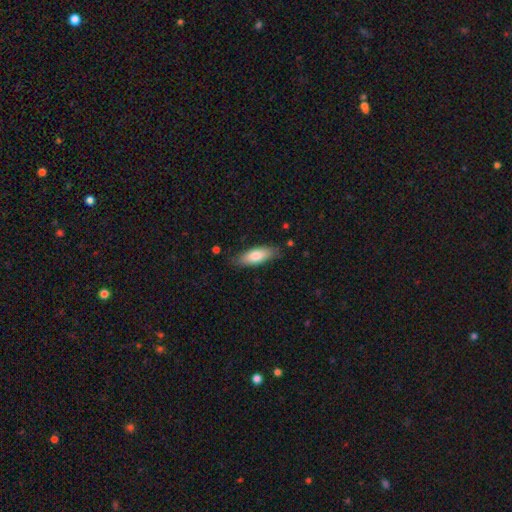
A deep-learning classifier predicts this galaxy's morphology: Overall: smooth (78%). How rounded: in between (71%). Merging: none (81%).